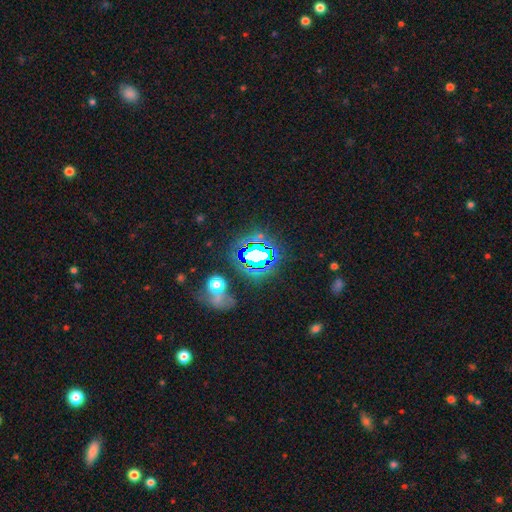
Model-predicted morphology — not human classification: A star or artifact, not a galaxy (71%).